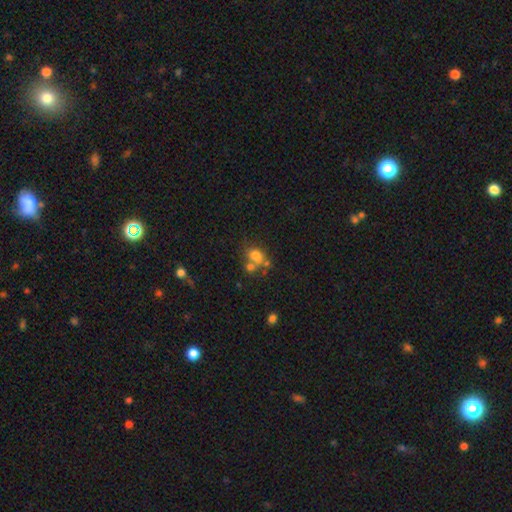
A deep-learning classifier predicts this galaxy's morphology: type=smooth (69%); roundness=round (53%); merging=merger (41%).